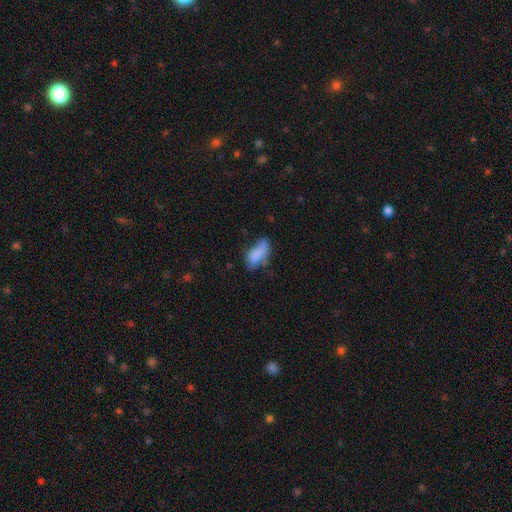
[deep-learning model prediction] A smooth galaxy with no disk features (77%) that is in between round and cigar-shaped (88%). Merging: none (37%).